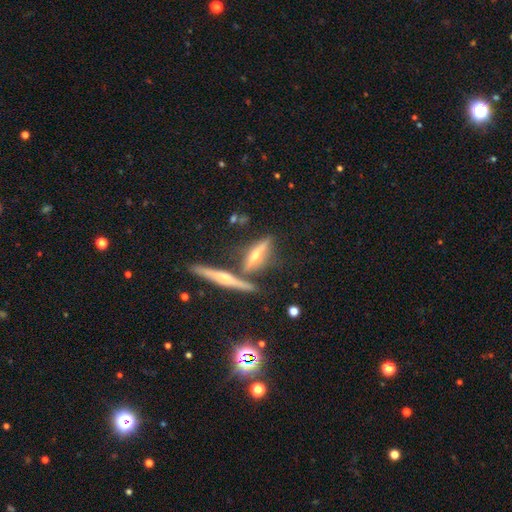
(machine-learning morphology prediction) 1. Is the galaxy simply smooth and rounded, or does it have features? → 66% featured or disk, 22% smooth, 12% star or artifact.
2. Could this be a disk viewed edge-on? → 91% yes, 9% no.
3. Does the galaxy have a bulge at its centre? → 87% rounded, 8% none, 5% boxy.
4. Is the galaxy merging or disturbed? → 65% none, 21% merger, 11% minor disturbance, 4% major disturbance.